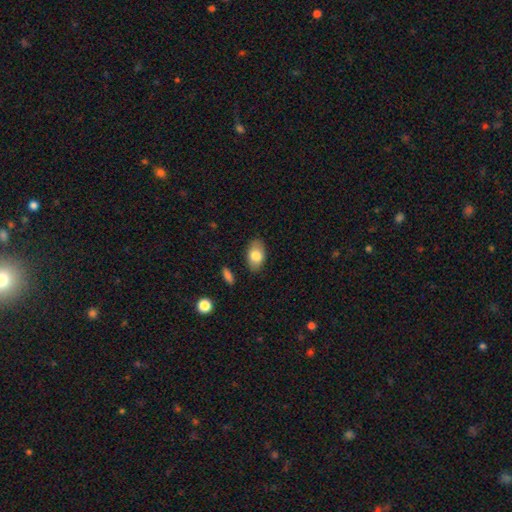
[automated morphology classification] This is likely a smooth galaxy (79%). How rounded: clearly in between (91%). Merging: clearly none (84%).